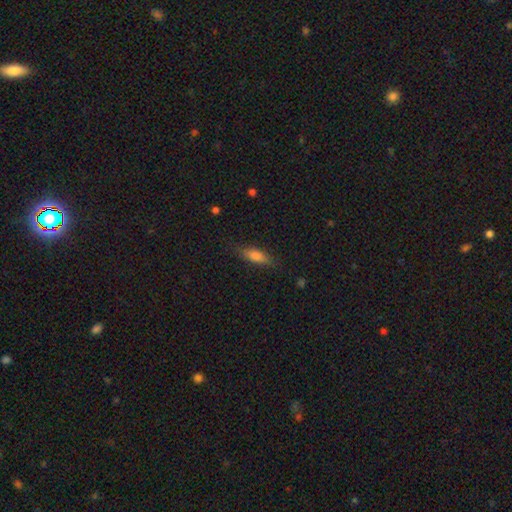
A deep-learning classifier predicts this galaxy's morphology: A smooth galaxy with no disk features (74%) that is in between round and cigar-shaped (52%).

Vote fractions:
- Smooth or featured? smooth: 74% / featured or disk: 18% / star or artifact: 8%
- How rounded? in between: 52% / cigar-shaped: 45% / round: 3%
- Merging? none: 80% / minor disturbance: 15% / major disturbance: 4% / merger: 1%